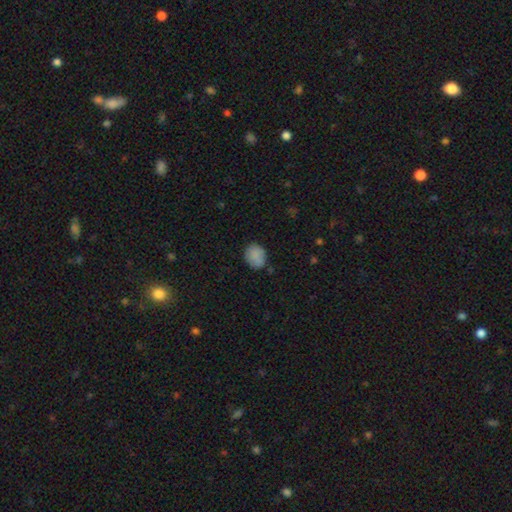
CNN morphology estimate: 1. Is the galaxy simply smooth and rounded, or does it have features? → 85% smooth, 8% star or artifact, 7% featured or disk.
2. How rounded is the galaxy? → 63% round, 36% in between, 1% cigar-shaped.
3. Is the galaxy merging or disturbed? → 76% none, 18% minor disturbance, 4% major disturbance, 2% merger.